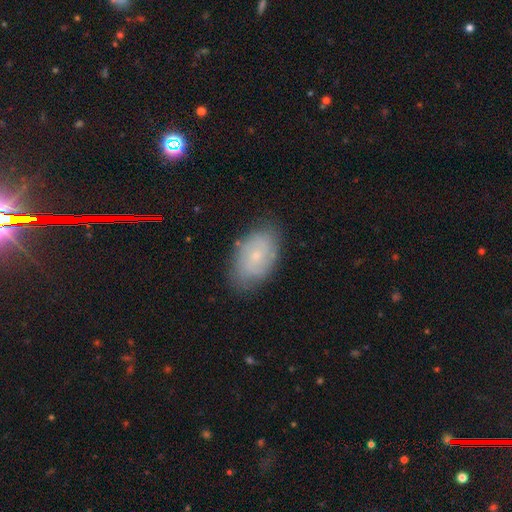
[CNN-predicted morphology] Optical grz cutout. It shows a smooth galaxy with no disk features (47%). Merging: none (79%).